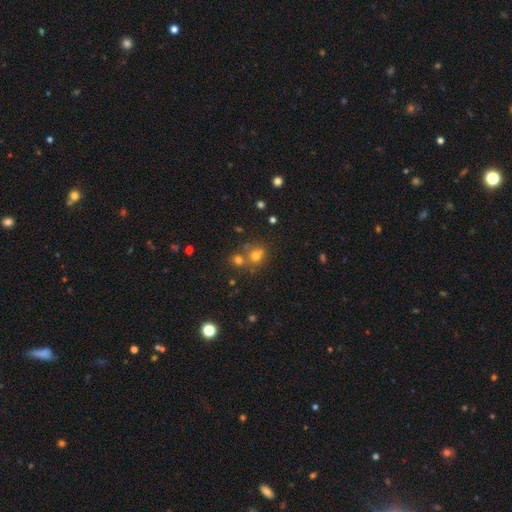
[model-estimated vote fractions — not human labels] Morphology: type=smooth (67%); roundness=round (81%); merging=none (53%).